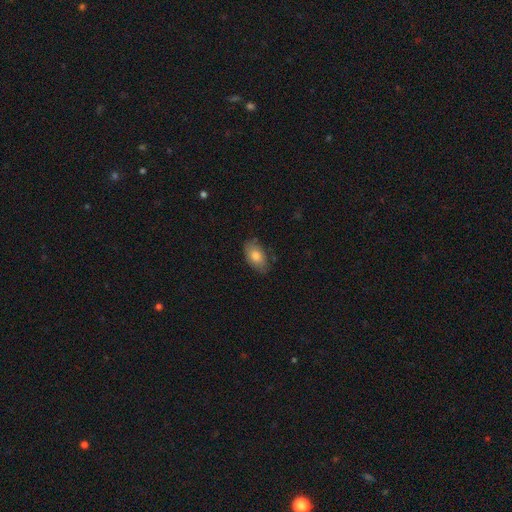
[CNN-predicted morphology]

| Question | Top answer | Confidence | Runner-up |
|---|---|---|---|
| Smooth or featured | smooth | 79% | featured or disk (14%) |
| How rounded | in between | 92% | round (6%) |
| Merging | none | 78% | minor disturbance (18%) |